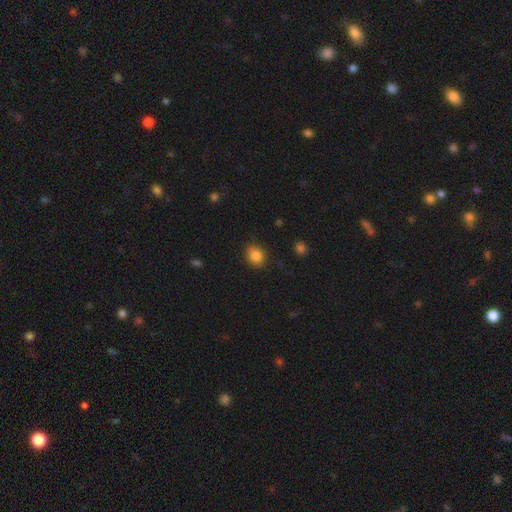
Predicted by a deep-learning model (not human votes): A smooth galaxy with no disk features (85%) that is round (65%).

Vote fractions:
- Smooth or featured? smooth: 85% / star or artifact: 10% / featured or disk: 5%
- How rounded? round: 65% / in between: 34% / cigar-shaped: 1%
- Merging? none: 79% / minor disturbance: 16% / major disturbance: 3% / merger: 2%